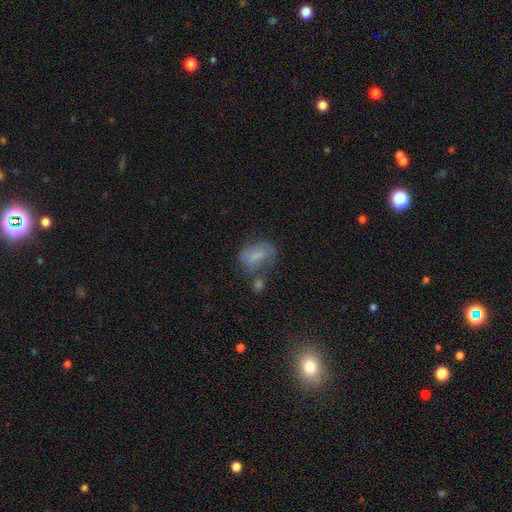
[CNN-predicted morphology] This appears to be a smooth galaxy with no disk features (58%) that is in between round and cigar-shaped (77%). Merging: none (38%).